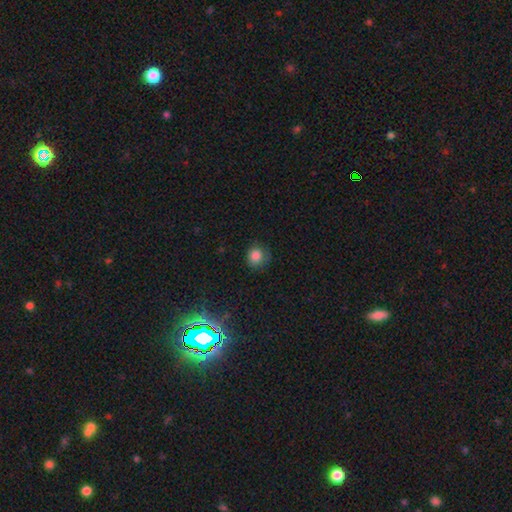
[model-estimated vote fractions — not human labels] This is clearly a smooth galaxy (83%). How rounded: clearly round (81%). Merging: likely none (70%).